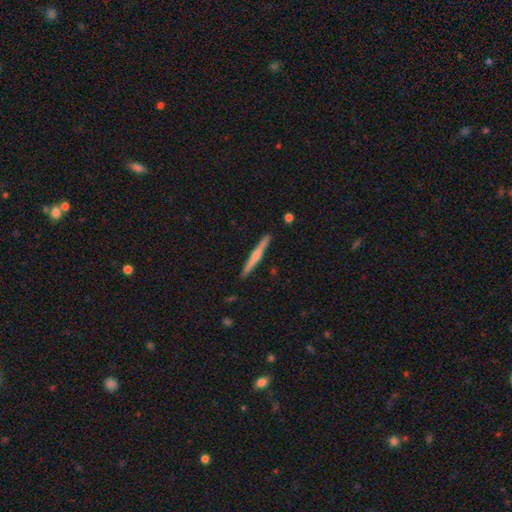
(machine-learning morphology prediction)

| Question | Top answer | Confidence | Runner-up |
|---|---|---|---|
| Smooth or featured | featured or disk | 59% | smooth (35%) |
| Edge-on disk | yes | 98% | no (2%) |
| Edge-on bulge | rounded | 69% | none (21%) |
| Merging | none | 91% | minor disturbance (6%) |